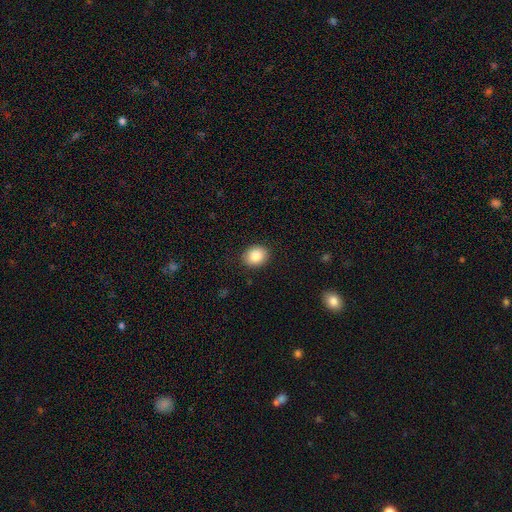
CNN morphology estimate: Q: Smooth or featured?
A: smooth (85%); runner-up: star or artifact (8%)
Q: How rounded?
A: round (53%); runner-up: in between (47%)
Q: Merging?
A: none (90%); runner-up: minor disturbance (7%)